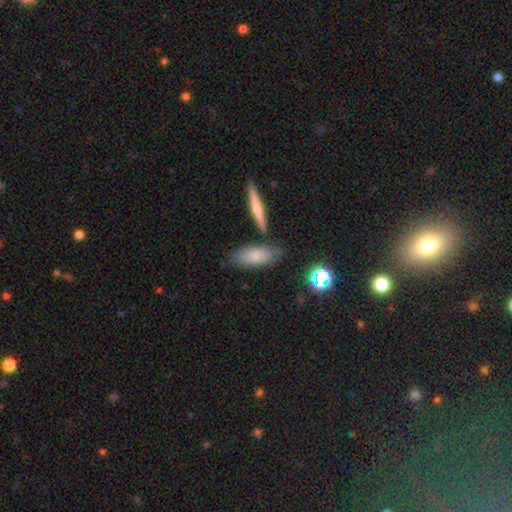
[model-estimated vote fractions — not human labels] Smooth or featured? smooth (76%)
How rounded? in between (76%)
Merging? none (72%)